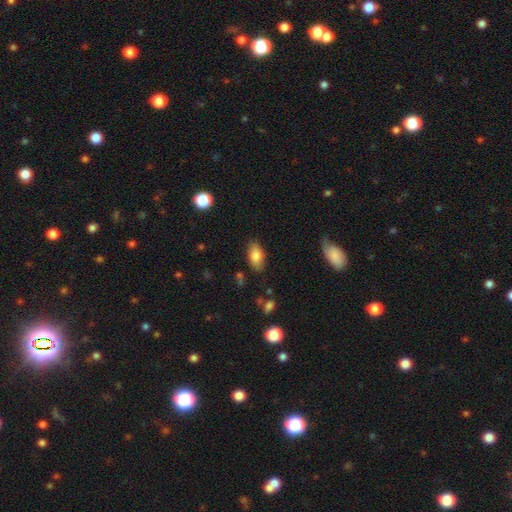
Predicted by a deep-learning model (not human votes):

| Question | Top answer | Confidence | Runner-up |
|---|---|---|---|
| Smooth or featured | smooth | 82% | featured or disk (11%) |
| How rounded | in between | 91% | cigar-shaped (5%) |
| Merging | none | 83% | minor disturbance (12%) |